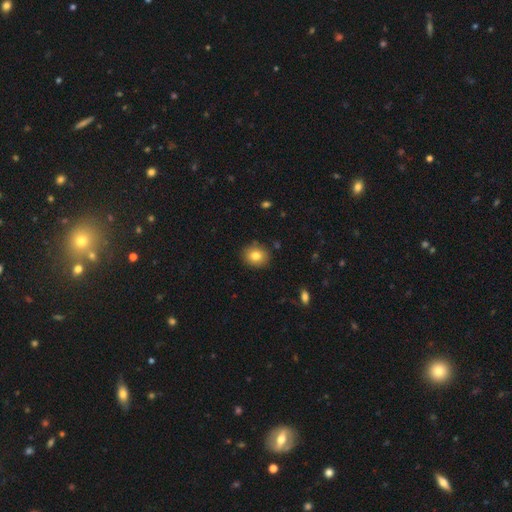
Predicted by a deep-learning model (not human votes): Smooth or featured?
  - smooth: 81% *
  - star or artifact: 10%
  - featured or disk: 10%
How rounded?
  - round: 72% *
  - in between: 27%
  - cigar-shaped: 1%
Merging?
  - none: 88% *
  - minor disturbance: 9%
  - major disturbance: 2%
  - merger: 1%